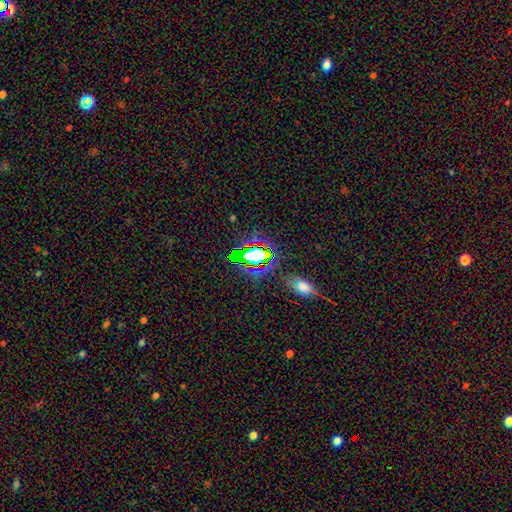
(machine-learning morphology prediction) Smooth or featured? Predicted: star or artifact (p=0.60).